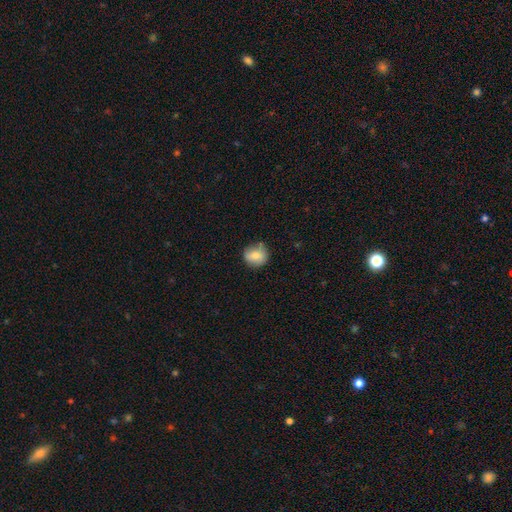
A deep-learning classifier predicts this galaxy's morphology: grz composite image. It shows a smooth galaxy with no disk features (78%) that is round (83%). Merging: none (74%).